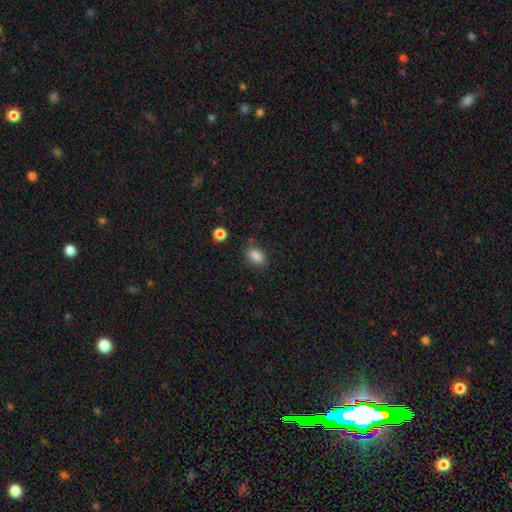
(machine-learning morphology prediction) Smooth or featured?
  - smooth: 85% *
  - star or artifact: 10%
  - featured or disk: 5%
How rounded?
  - in between: 78% *
  - round: 20%
  - cigar-shaped: 1%
Merging?
  - none: 81% *
  - minor disturbance: 13%
  - major disturbance: 4%
  - merger: 3%